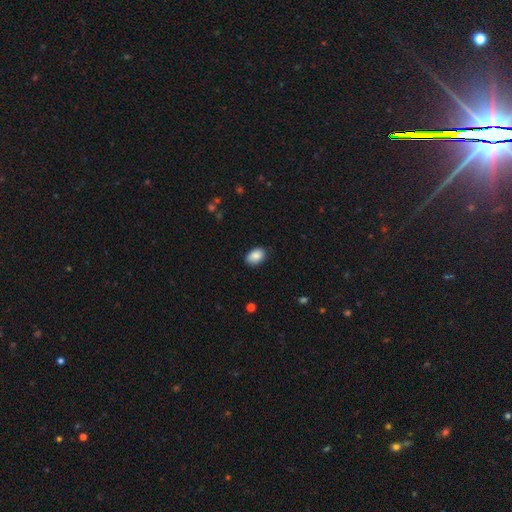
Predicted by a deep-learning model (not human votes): Overall: smooth (88%). How rounded: in between (86%). Merging: none (84%).